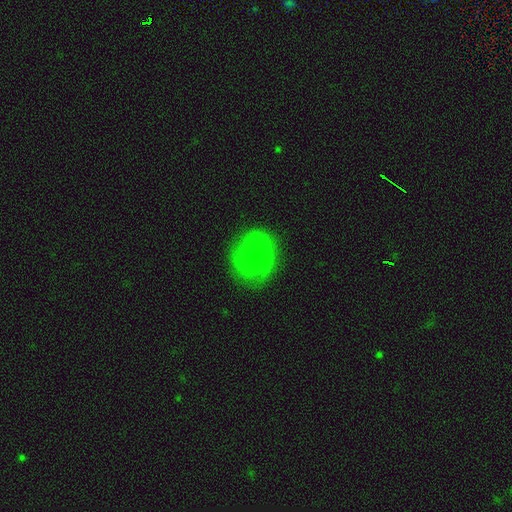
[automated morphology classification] Q: Smooth or featured?
A: smooth (53%); runner-up: featured or disk (37%)
Q: How rounded?
A: round (77%); runner-up: in between (22%)
Q: Merging?
A: none (78%); runner-up: minor disturbance (16%)